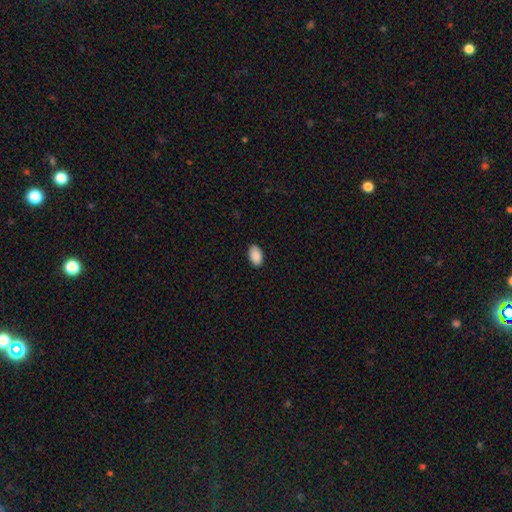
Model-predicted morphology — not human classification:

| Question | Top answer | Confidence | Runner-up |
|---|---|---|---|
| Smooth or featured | smooth | 90% | star or artifact (7%) |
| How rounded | in between | 93% | round (6%) |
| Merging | none | 88% | minor disturbance (9%) |